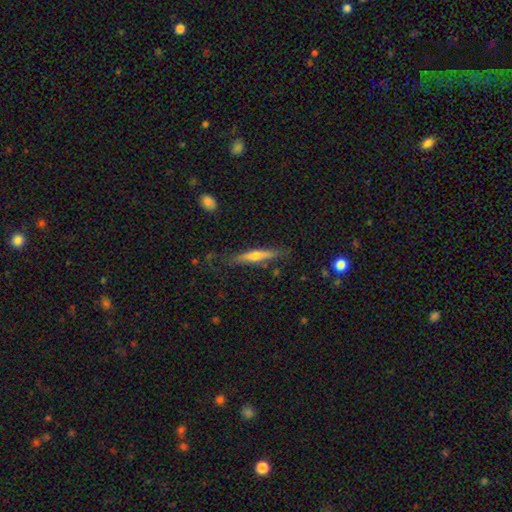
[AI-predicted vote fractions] Smooth or featured? featured or disk (53%)
Edge-on disk? yes (93%)
Merging? none (77%)